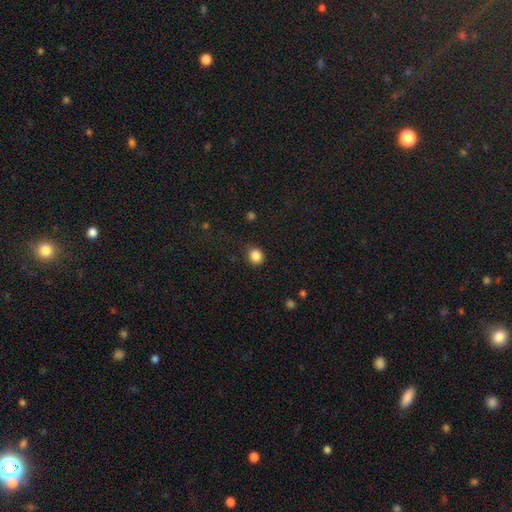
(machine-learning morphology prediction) Smooth or featured? Predicted: smooth (p=0.86). How rounded? Predicted: round (p=0.82). Merging? Predicted: none (p=0.88).